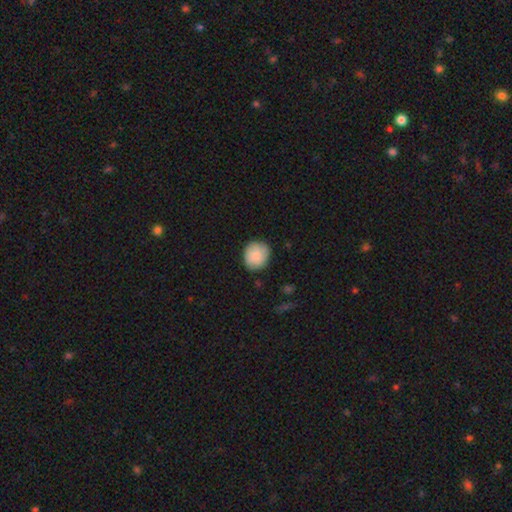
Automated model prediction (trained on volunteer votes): smooth-or-featured: smooth: 84% | featured or disk: 9% | star or artifact: 6%
  how-rounded: round: 82% | in between: 17% | cigar-shaped: 1%
  merging: none: 80% | minor disturbance: 16% | major disturbance: 3% | merger: 1%